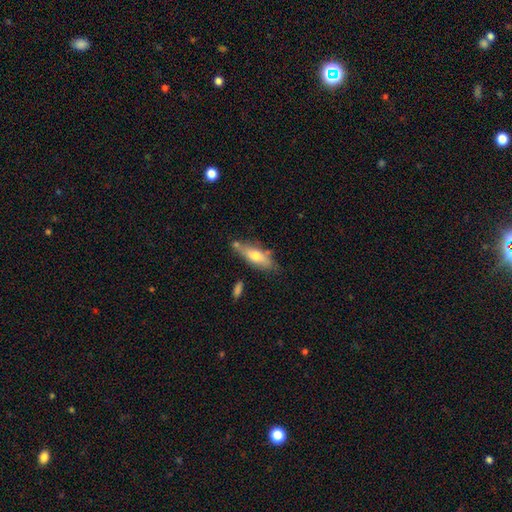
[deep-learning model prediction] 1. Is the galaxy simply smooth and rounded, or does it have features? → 56% smooth, 37% featured or disk, 7% star or artifact.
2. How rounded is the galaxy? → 52% in between, 45% cigar-shaped, 3% round.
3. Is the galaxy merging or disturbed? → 66% none, 20% minor disturbance, 9% merger, 5% major disturbance.